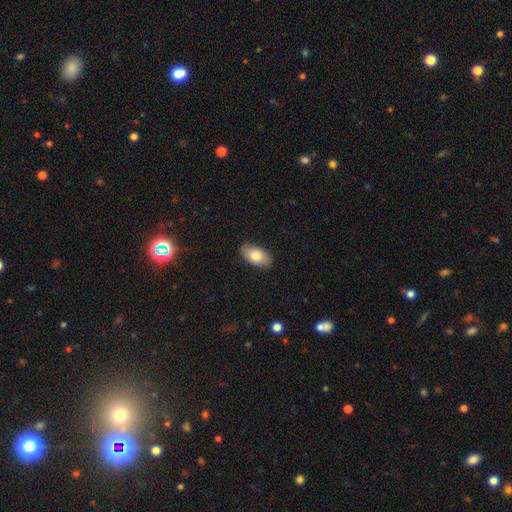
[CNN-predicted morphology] Smooth or featured: smooth — 79% (featured or disk — 14%)
How rounded: in between — 93% (round — 4%)
Merging: none — 87% (minor disturbance — 10%)